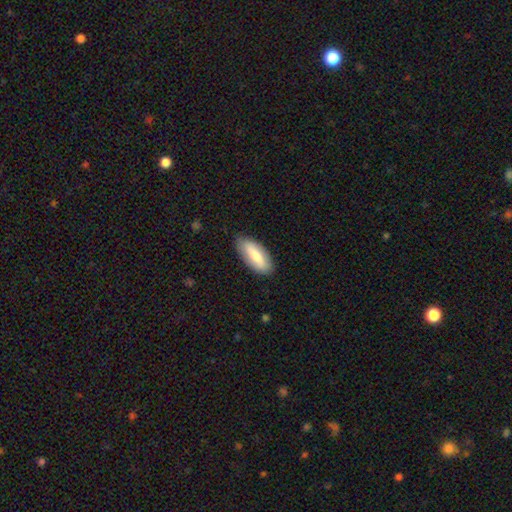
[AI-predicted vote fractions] Smooth or featured? smooth (75%)
How rounded? in between (80%)
Merging? none (82%)